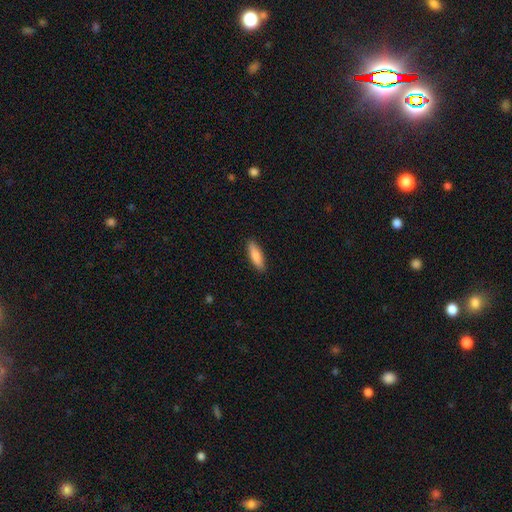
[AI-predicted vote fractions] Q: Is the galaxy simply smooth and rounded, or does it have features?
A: smooth — 85%.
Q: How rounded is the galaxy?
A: cigar-shaped — 53%.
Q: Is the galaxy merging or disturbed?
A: none — 89%.